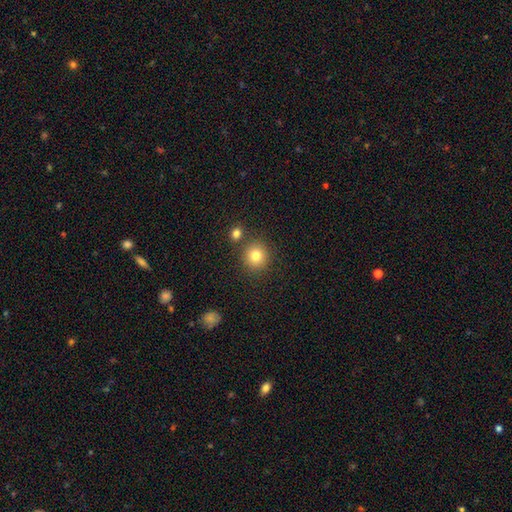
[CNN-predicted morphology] Overall: smooth (82%). How rounded: round (91%). Merging: none (82%).